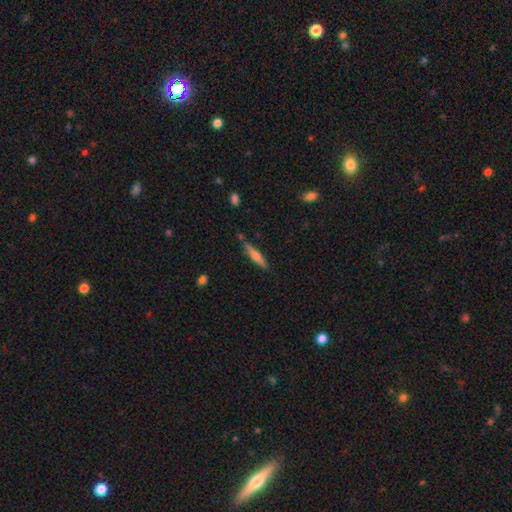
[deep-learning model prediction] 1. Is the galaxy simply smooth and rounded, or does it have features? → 49% smooth, 45% featured or disk, 6% star or artifact.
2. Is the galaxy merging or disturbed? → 83% none, 11% minor disturbance, 4% merger, 2% major disturbance.